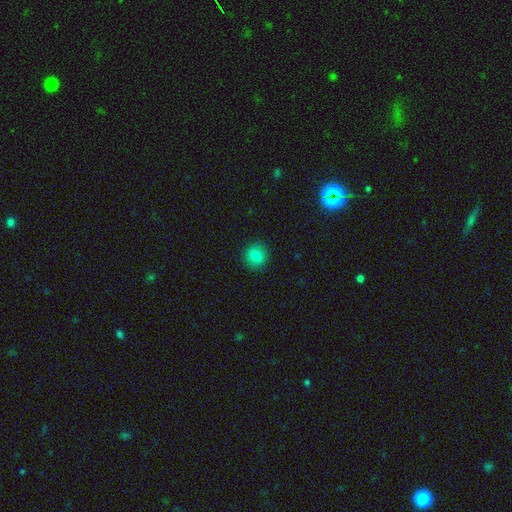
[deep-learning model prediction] The model was most divided on "smooth or featured": smooth: 81%, star or artifact: 11%, featured or disk: 8%. More confident: merging — none (91%); how rounded — round (89%).